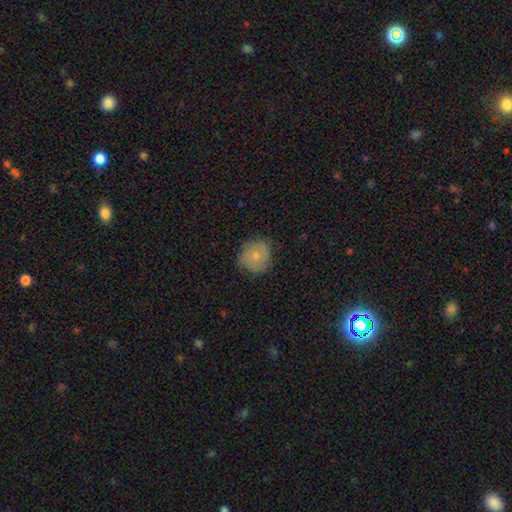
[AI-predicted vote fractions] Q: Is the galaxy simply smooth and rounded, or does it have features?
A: smooth — 65%.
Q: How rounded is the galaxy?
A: round — 87%.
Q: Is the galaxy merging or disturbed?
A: none — 75%.